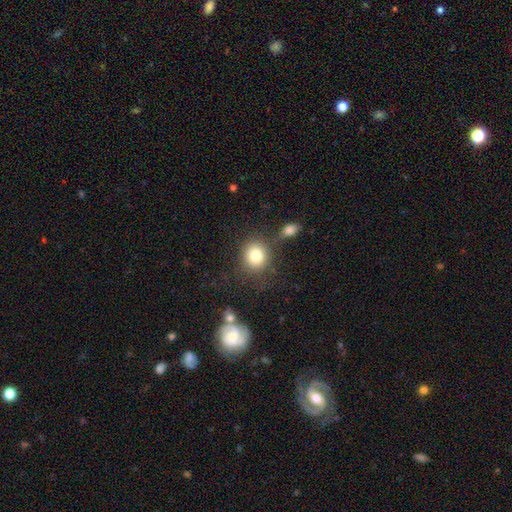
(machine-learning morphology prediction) A smooth galaxy with no disk features (80%) that is round (84%).

Vote fractions:
- Smooth or featured? smooth: 80% / star or artifact: 11% / featured or disk: 9%
- How rounded? round: 84% / in between: 15% / cigar-shaped: 1%
- Merging? none: 75% / minor disturbance: 12% / merger: 9% / major disturbance: 5%